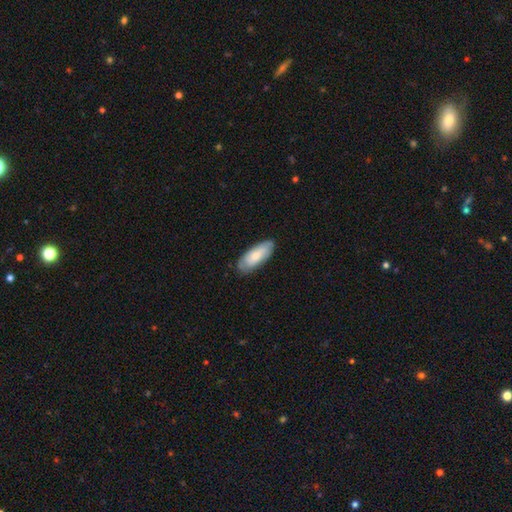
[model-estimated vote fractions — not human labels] smooth-or-featured: smooth: 63% | featured or disk: 31% | star or artifact: 5%
  how-rounded: in between: 80% | cigar-shaped: 18% | round: 2%
  merging: none: 80% | minor disturbance: 16% | major disturbance: 3% | merger: 1%